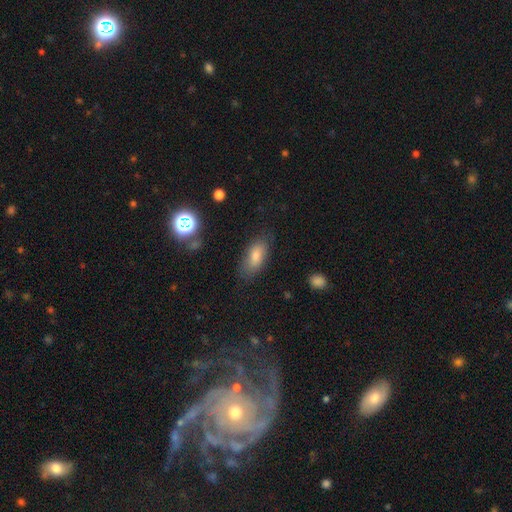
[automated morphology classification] A smooth galaxy with no disk features (76%) that is in between round and cigar-shaped (82%). Merging: none (78%).